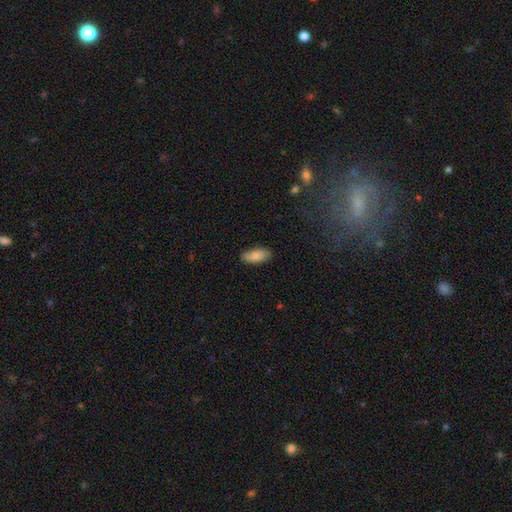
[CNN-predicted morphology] Smooth or featured?
  - smooth: 84% *
  - featured or disk: 10%
  - star or artifact: 6%
How rounded?
  - in between: 87% *
  - cigar-shaped: 11%
  - round: 2%
Merging?
  - none: 84% *
  - minor disturbance: 13%
  - major disturbance: 2%
  - merger: 1%